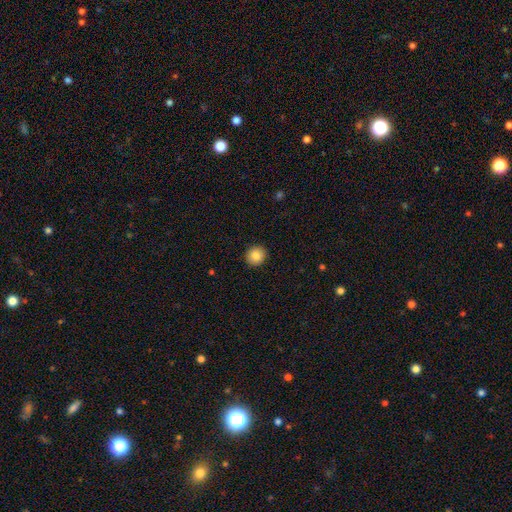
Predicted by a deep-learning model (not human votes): smooth 85%, star or artifact 9%, featured or disk 6%. Down the decision tree: how rounded — round (91%); merging — none (92%).